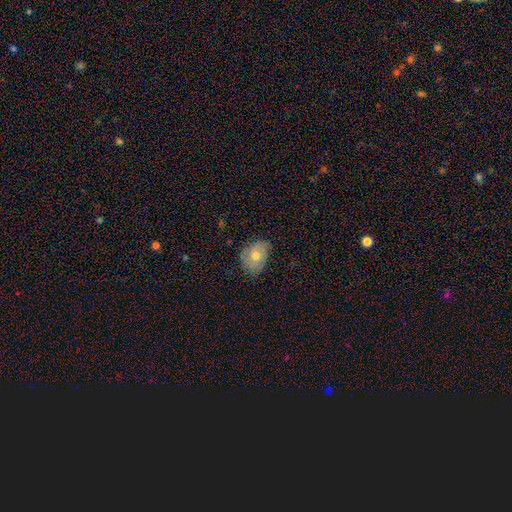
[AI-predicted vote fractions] smooth 63%, featured or disk 28%, star or artifact 9%. Down the decision tree: how rounded — in between (66%); merging — none (67%).